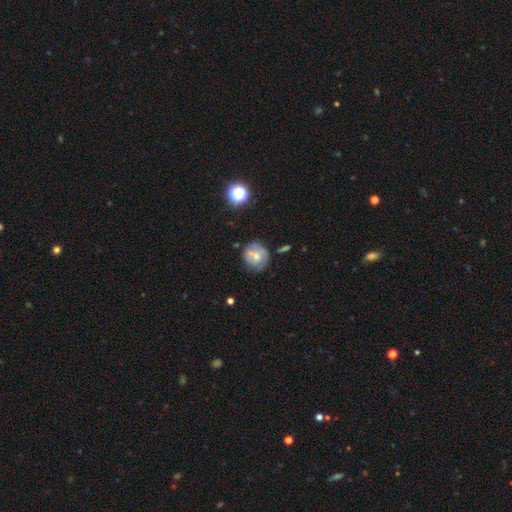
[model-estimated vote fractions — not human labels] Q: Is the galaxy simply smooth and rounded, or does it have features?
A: smooth — 50%.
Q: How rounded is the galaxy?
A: round — 83%.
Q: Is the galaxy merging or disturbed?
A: none — 61%.